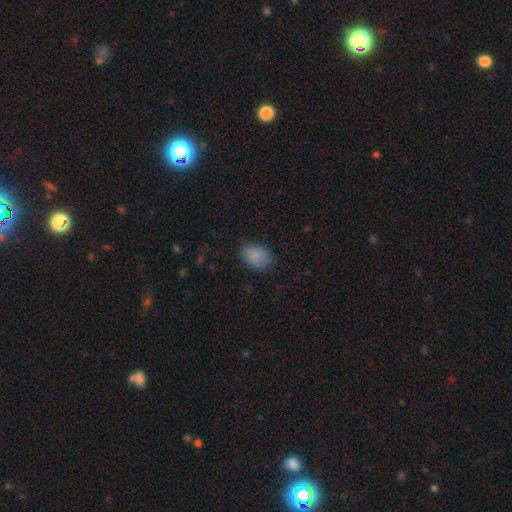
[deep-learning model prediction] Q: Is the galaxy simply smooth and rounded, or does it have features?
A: smooth — 85%.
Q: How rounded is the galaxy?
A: in between — 78%.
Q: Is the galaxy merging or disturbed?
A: none — 73%.